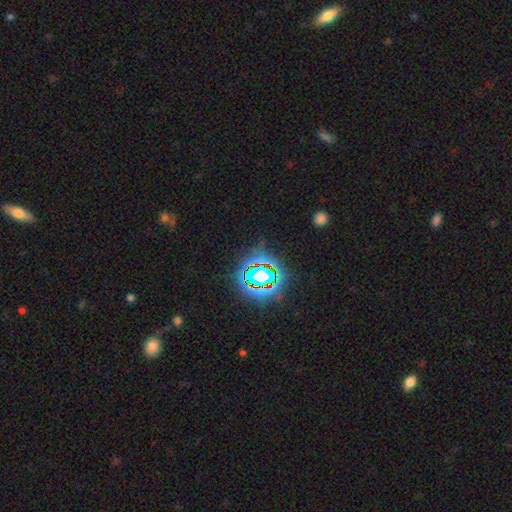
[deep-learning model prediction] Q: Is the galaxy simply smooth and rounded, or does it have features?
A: star or artifact — 79%.